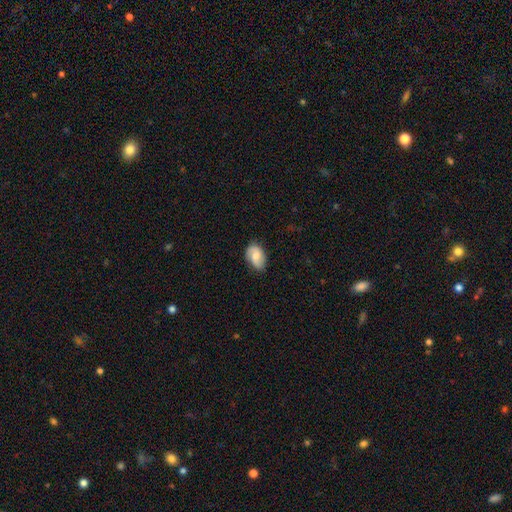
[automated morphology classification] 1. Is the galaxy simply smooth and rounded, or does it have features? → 55% smooth, 37% featured or disk, 7% star or artifact.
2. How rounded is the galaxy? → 84% in between, 15% round, 1% cigar-shaped.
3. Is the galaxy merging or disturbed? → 73% none, 22% minor disturbance, 5% major disturbance, 1% merger.